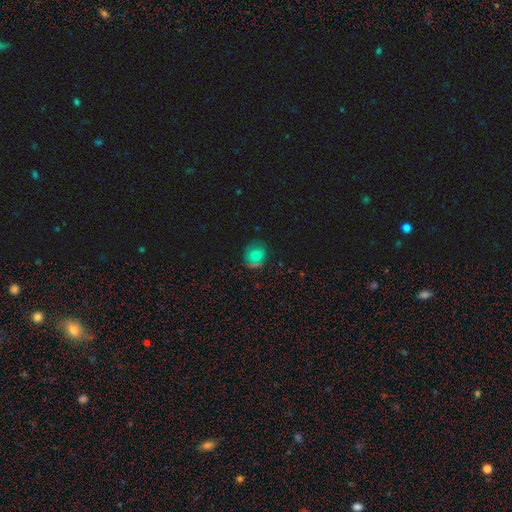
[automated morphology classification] smooth-or-featured: smooth: 66% | star or artifact: 18% | featured or disk: 16%
  how-rounded: round: 71% | in between: 28% | cigar-shaped: 1%
  merging: none: 67% | minor disturbance: 20% | major disturbance: 8% | merger: 5%